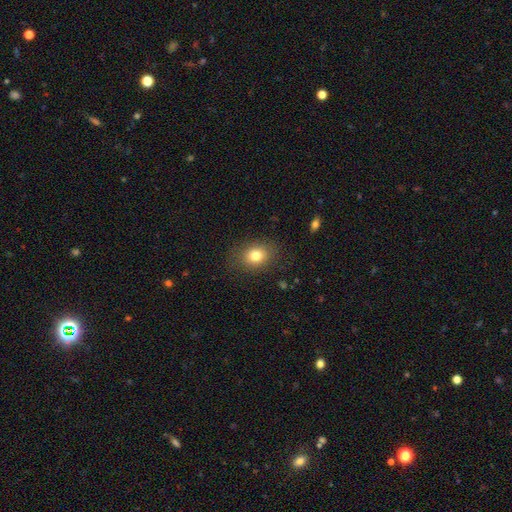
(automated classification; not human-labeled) smooth 79%, star or artifact 11%, featured or disk 10%. Down the decision tree: how rounded — in between (53%); merging — none (83%).